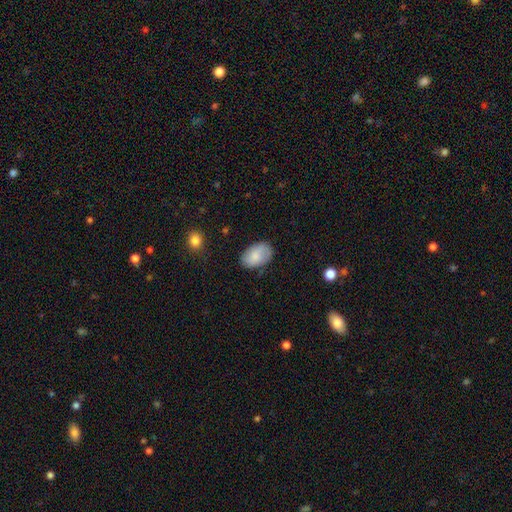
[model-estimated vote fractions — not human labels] The model was most divided on "merging": none: 76%, minor disturbance: 18%, major disturbance: 4%, merger: 2%. More confident: how rounded — in between (91%); smooth or featured — smooth (82%).